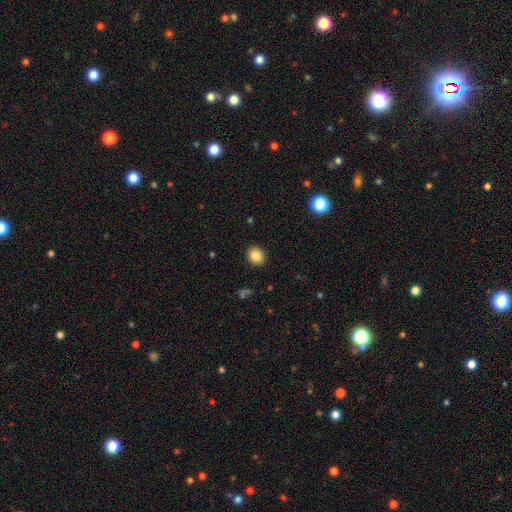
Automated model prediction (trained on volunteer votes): A smooth galaxy with no disk features (85%) that is round (68%).

Vote fractions:
- Smooth or featured? smooth: 85% / star or artifact: 10% / featured or disk: 6%
- How rounded? round: 68% / in between: 31% / cigar-shaped: 1%
- Merging? none: 91% / minor disturbance: 6% / major disturbance: 2% / merger: 1%